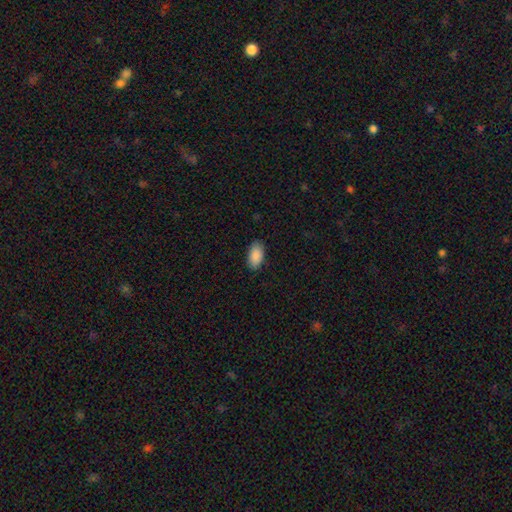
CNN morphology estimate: This appears to be a smooth galaxy with no disk features (90%) that is in between round and cigar-shaped (94%). Merging: none (86%).